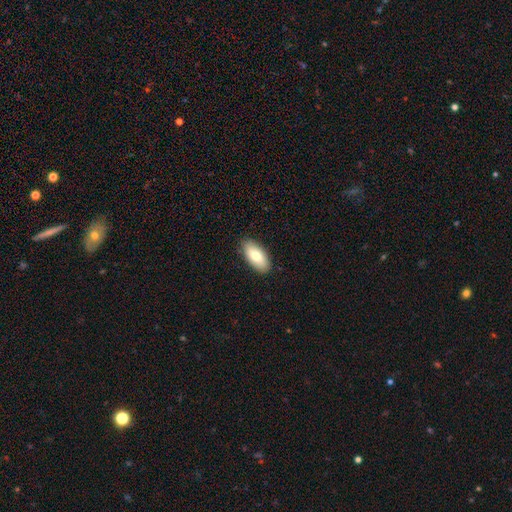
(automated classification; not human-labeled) This appears to be a smooth galaxy with no disk features (80%) that is in between round and cigar-shaped (92%). Merging: none (89%).